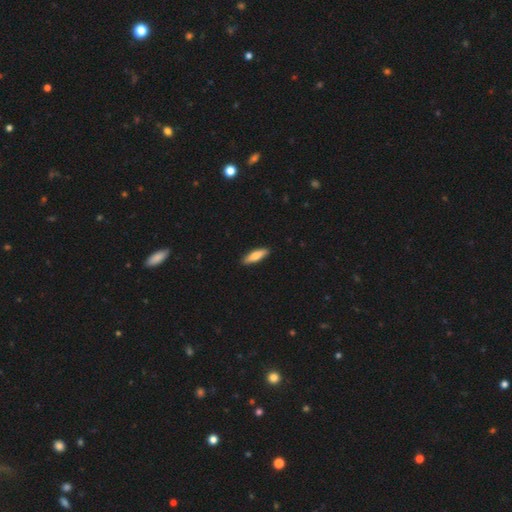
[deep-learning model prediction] Morphology: type=smooth (78%); roundness=cigar-shaped (60%); merging=none (90%).